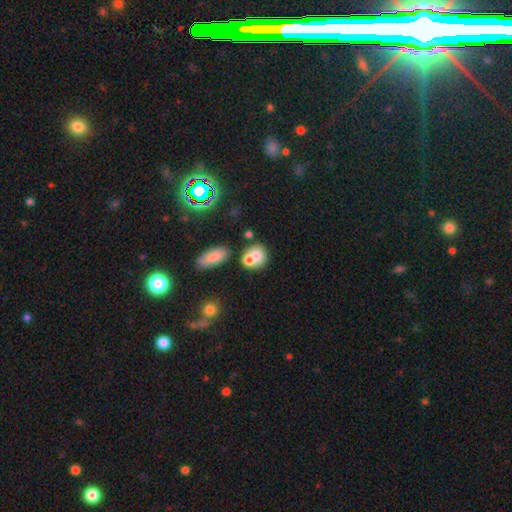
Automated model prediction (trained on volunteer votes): This is likely a smooth galaxy (69%). How rounded: likely round (69%). Merging: possibly merger (50%).